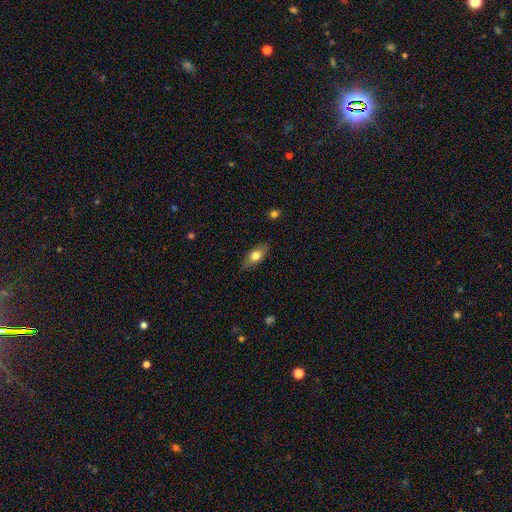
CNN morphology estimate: smooth-or-featured: smooth: 72% | featured or disk: 21% | star or artifact: 7%
  how-rounded: in between: 81% | cigar-shaped: 13% | round: 6%
  merging: none: 83% | minor disturbance: 13% | major disturbance: 3% | merger: 1%